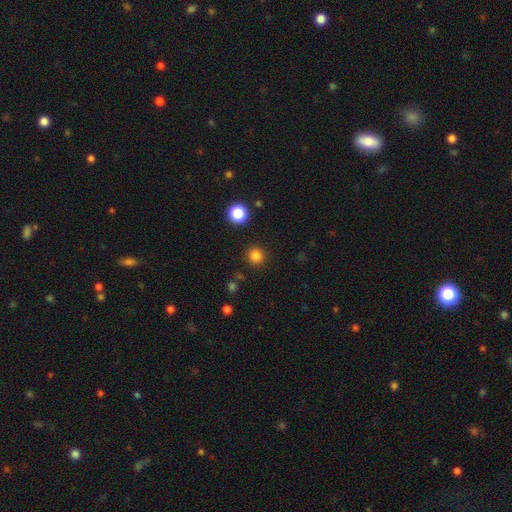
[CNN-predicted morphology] type=smooth (82%); roundness=round (93%); merging=none (90%).